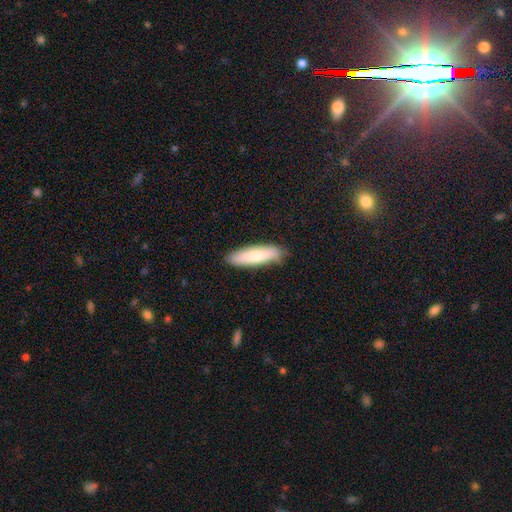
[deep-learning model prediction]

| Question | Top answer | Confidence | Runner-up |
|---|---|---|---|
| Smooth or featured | smooth | 74% | featured or disk (21%) |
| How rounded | cigar-shaped | 64% | in between (34%) |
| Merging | none | 84% | minor disturbance (13%) |